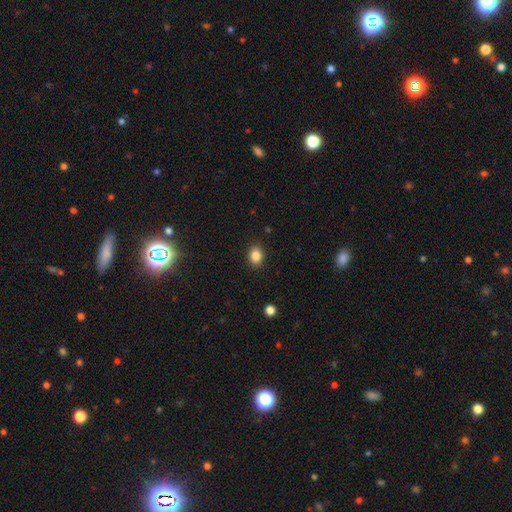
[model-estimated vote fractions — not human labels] Q: Smooth or featured?
A: smooth (85%); runner-up: star or artifact (10%)
Q: How rounded?
A: round (50%); runner-up: in between (49%)
Q: Merging?
A: none (89%); runner-up: minor disturbance (8%)